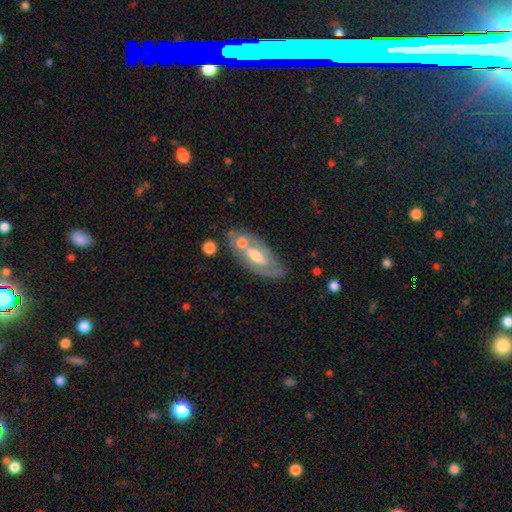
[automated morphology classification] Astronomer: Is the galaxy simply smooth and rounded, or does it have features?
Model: featured or disk — 61%.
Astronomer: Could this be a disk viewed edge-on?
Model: no — 84%.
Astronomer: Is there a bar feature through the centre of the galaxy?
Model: no — 54% (runner-up: weak, 33%).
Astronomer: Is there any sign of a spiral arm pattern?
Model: no — 53% (runner-up: yes, 47%).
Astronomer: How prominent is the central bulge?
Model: moderate — 64%.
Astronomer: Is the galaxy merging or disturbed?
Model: none — 49% (runner-up: merger, 26%).